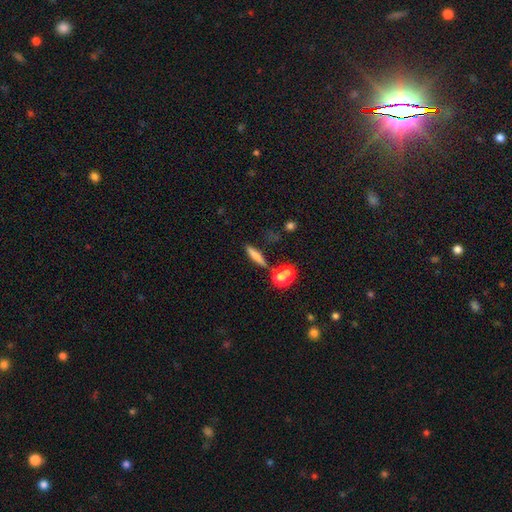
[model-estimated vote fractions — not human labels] This is likely a smooth galaxy (65%). How rounded: likely cigar-shaped (77%). Merging: likely none (70%).